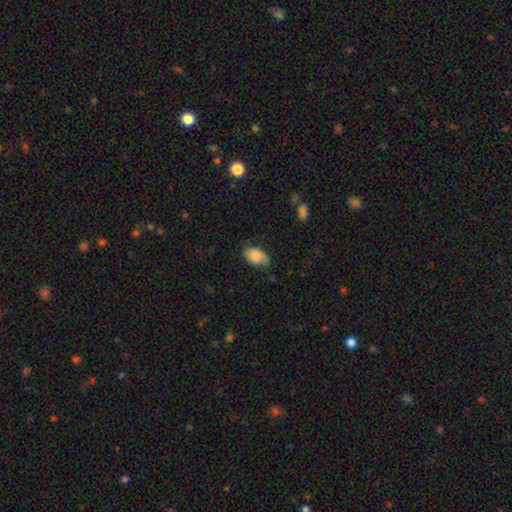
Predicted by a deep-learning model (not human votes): smooth-or-featured: smooth: 79% | featured or disk: 14% | star or artifact: 7%
  how-rounded: in between: 91% | round: 8% | cigar-shaped: 1%
  merging: none: 62% | minor disturbance: 29% | major disturbance: 8% | merger: 1%